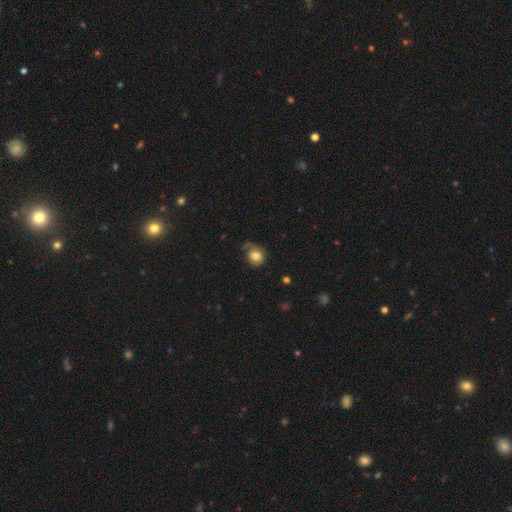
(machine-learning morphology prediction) Smooth or featured? Predicted: smooth (p=0.69). How rounded? Predicted: round (p=0.65). Merging? Predicted: none (p=0.43).